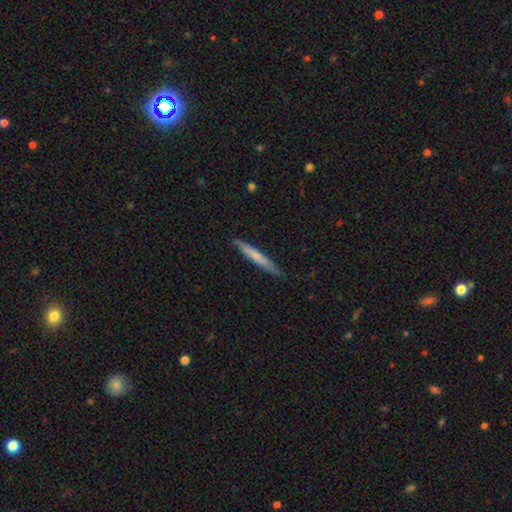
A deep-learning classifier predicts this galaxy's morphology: type=smooth (64%); roundness=cigar-shaped (96%); merging=none (87%).